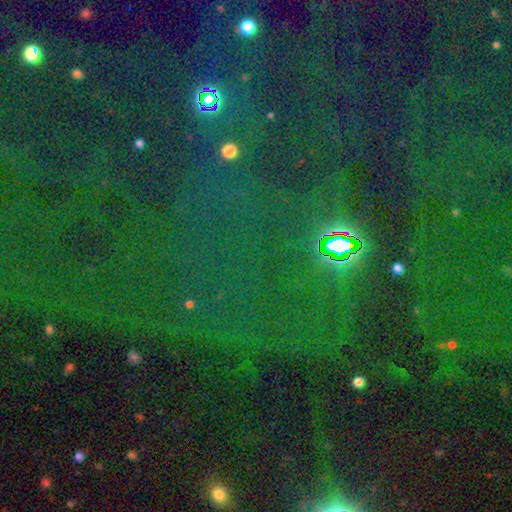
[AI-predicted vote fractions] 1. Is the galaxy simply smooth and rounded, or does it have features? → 81% star or artifact, 12% smooth, 7% featured or disk.